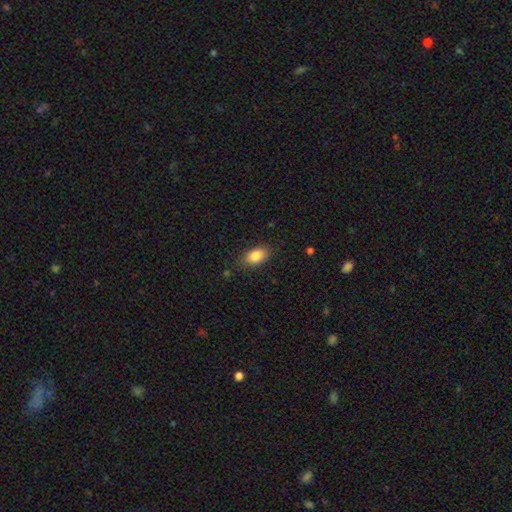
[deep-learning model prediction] Q: Smooth or featured?
A: smooth (86%); runner-up: star or artifact (8%)
Q: How rounded?
A: in between (90%); runner-up: round (7%)
Q: Merging?
A: none (82%); runner-up: minor disturbance (13%)